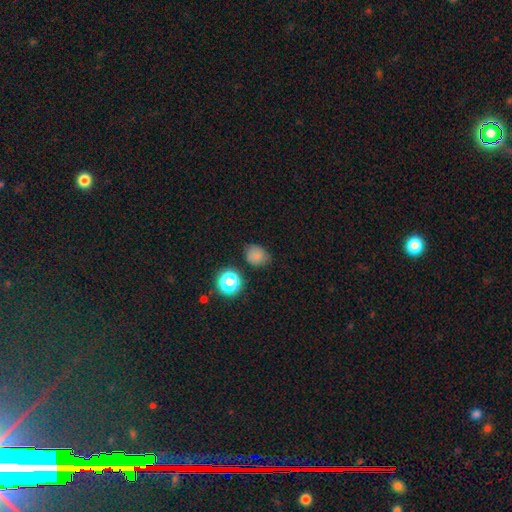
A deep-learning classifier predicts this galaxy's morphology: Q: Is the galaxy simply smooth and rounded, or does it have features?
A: smooth — 77%.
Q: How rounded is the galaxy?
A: round — 57%.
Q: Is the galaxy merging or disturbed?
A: none — 74%.